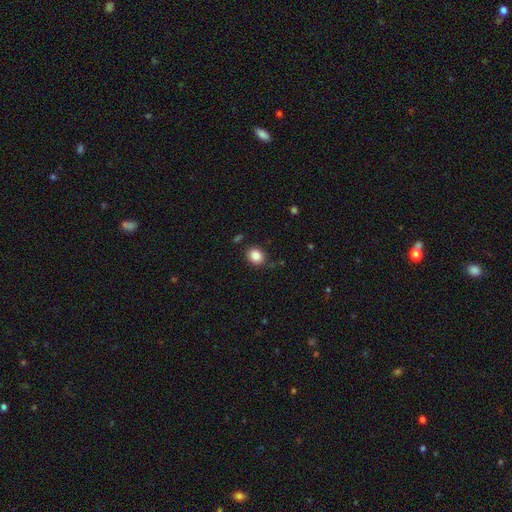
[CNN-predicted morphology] A smooth galaxy with no disk features (86%) that is round (63%). Merging: none (86%).